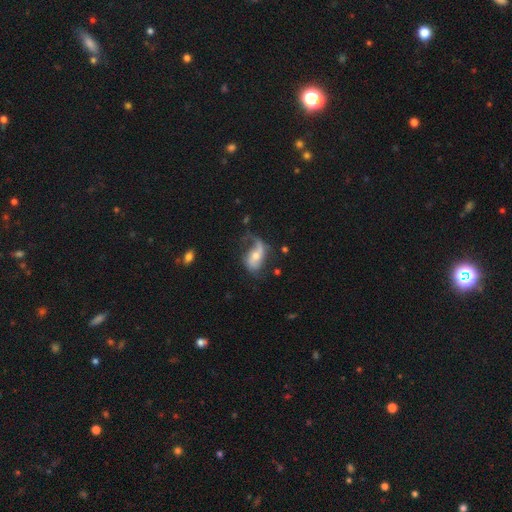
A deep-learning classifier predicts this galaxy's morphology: Smooth or featured? featured or disk (65%)
Edge-on disk? no (95%)
Bar? no (54%)
Spiral arms? yes (84%)
Spiral winding? loose (66%)
Spiral arm count? 2 (51%)
Bulge size? moderate (56%)
Merging? none (37%)